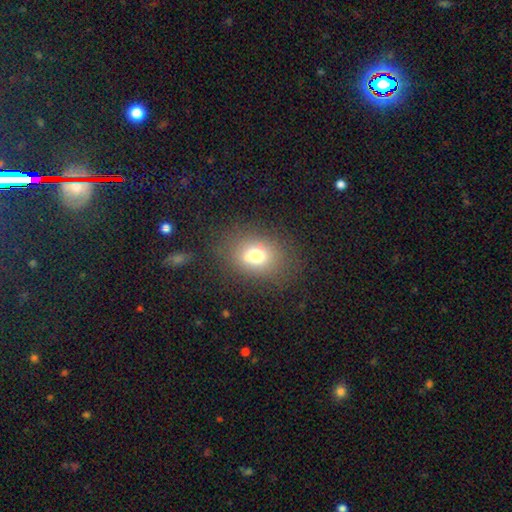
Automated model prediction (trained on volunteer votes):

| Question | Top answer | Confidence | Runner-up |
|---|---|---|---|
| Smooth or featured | smooth | 69% | star or artifact (16%) |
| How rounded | in between | 52% | round (47%) |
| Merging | none | 75% | minor disturbance (14%) |